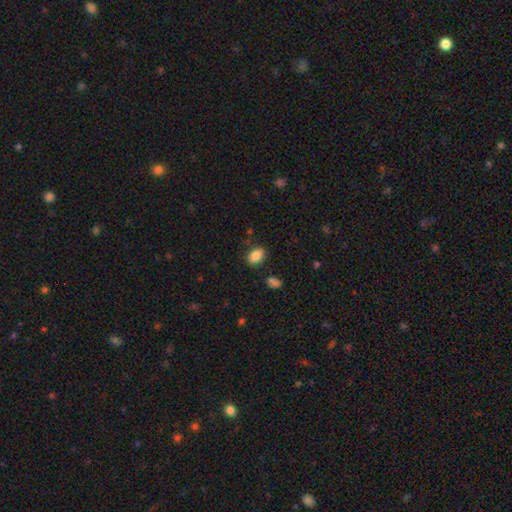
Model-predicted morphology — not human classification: This appears to be a smooth galaxy with no disk features (86%) that is in between round and cigar-shaped (86%). Merging: none (82%).